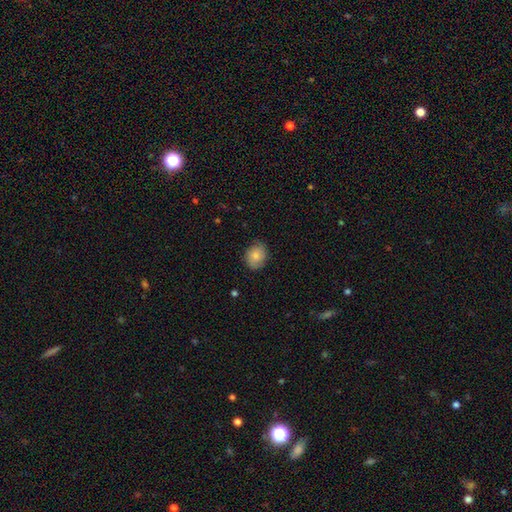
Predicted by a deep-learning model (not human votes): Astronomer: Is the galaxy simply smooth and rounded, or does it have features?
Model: smooth — 72%.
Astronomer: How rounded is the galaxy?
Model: round — 62%.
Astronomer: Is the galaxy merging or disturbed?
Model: none — 77%.